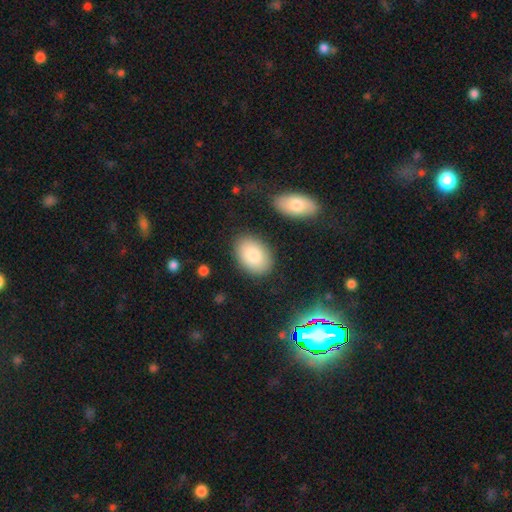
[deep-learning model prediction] Q: Smooth or featured?
A: smooth (85%); runner-up: featured or disk (9%)
Q: How rounded?
A: in between (85%); runner-up: round (14%)
Q: Merging?
A: none (85%); runner-up: minor disturbance (9%)